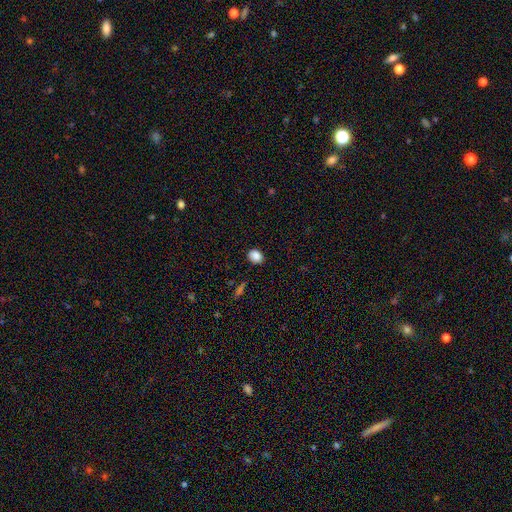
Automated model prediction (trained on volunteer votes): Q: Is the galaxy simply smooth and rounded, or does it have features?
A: smooth — 86%.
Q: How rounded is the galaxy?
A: round — 53%.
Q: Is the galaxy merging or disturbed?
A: none — 87%.